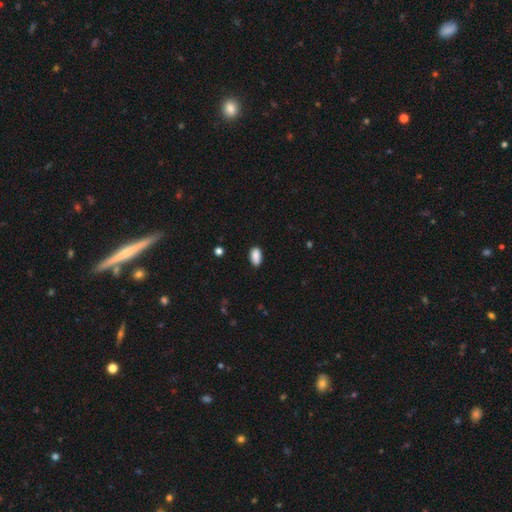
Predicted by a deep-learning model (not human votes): smooth-or-featured: smooth: 88% | star or artifact: 8% | featured or disk: 4%
  how-rounded: in between: 93% | round: 5% | cigar-shaped: 3%
  merging: none: 82% | minor disturbance: 14% | major disturbance: 2% | merger: 1%